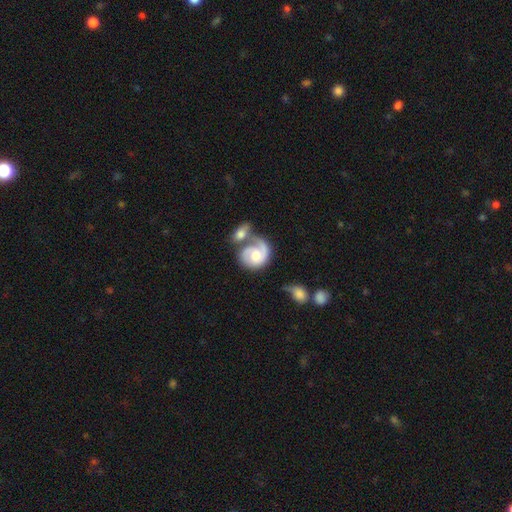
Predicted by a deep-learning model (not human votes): Smooth or featured? Predicted: featured or disk (p=0.76). Edge-on disk? Predicted: no (p=0.98). Bar? Predicted: no (p=0.67). Spiral arms? Predicted: yes (p=0.92). Spiral winding? Predicted: tight (p=0.47). Spiral arm count? Predicted: 1 (p=0.46). Bulge size? Predicted: moderate (p=0.63). Merging? Predicted: merger (p=0.44).